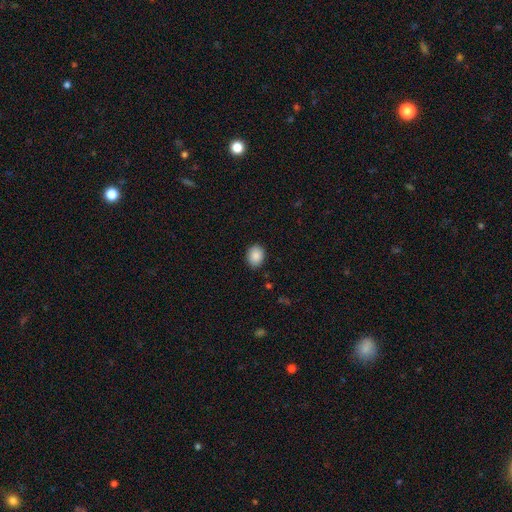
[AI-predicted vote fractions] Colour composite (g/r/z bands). It shows a smooth galaxy with no disk features (88%) that is in between round and cigar-shaped (52%). Merging: none (87%).